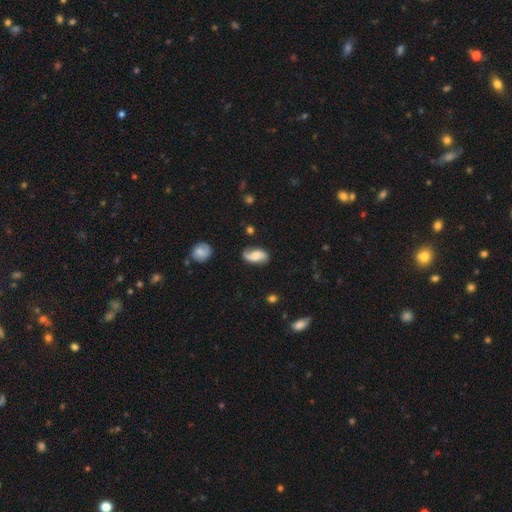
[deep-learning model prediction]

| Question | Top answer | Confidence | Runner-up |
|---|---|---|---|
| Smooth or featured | featured or disk | 51% | smooth (41%) |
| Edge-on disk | no | 95% | yes (5%) |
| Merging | none | 69% | minor disturbance (22%) |